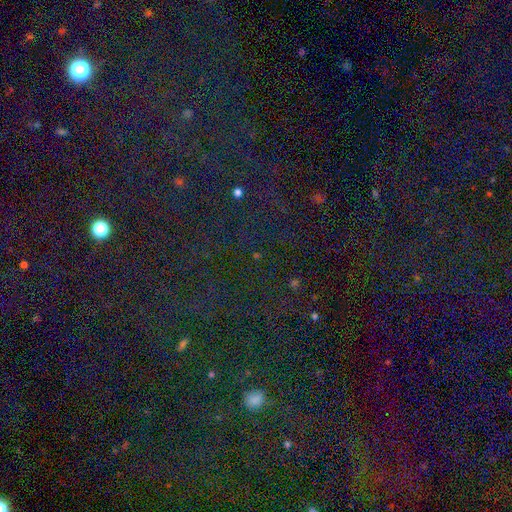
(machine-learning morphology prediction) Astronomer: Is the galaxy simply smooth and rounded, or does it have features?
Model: star or artifact — 81%.